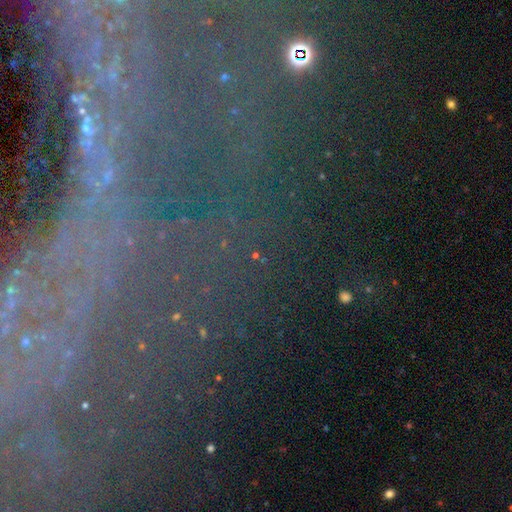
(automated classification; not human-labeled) Smooth or featured? Predicted: star or artifact (p=0.72).